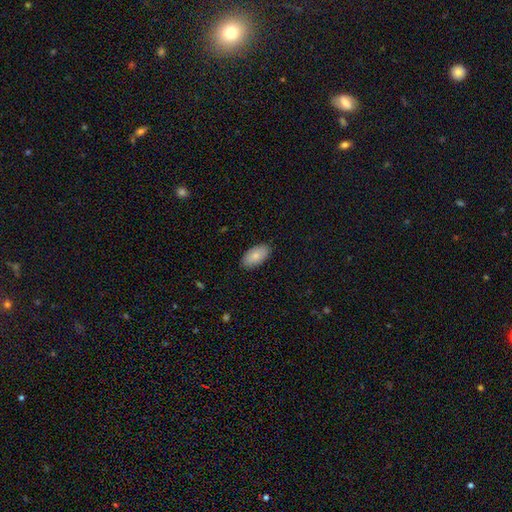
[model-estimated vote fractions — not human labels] Overall: smooth (83%). How rounded: in between (95%). Merging: none (87%).